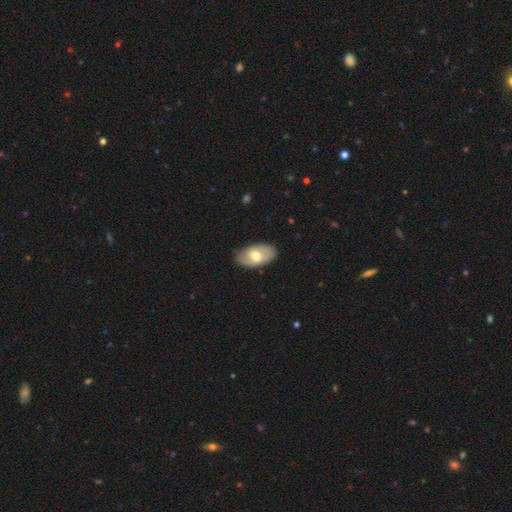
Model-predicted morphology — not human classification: The model was most divided on "smooth or featured": smooth: 57%, featured or disk: 37%, star or artifact: 6%. More confident: how rounded — in between (93%); merging — none (82%).